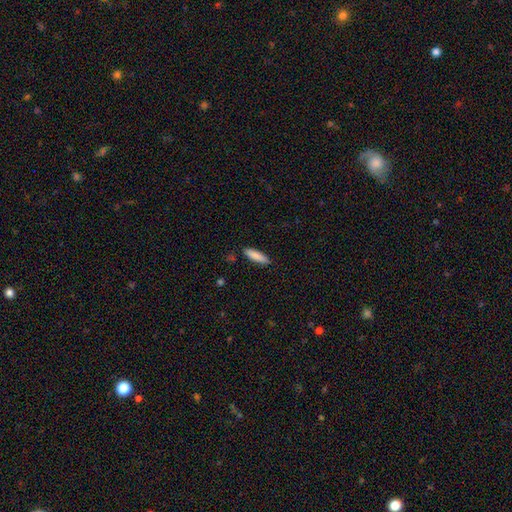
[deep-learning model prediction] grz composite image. It shows a smooth galaxy with no disk features (86%) that is cigar-shaped (69%). Merging: none (87%).